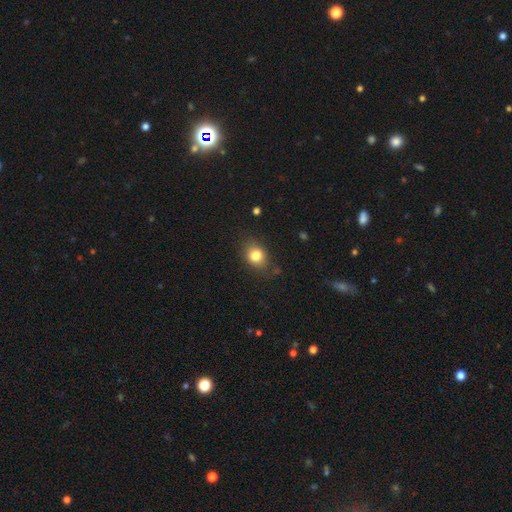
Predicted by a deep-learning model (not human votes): This is clearly a smooth galaxy (80%). How rounded: possibly in between (52%). Merging: likely none (79%).